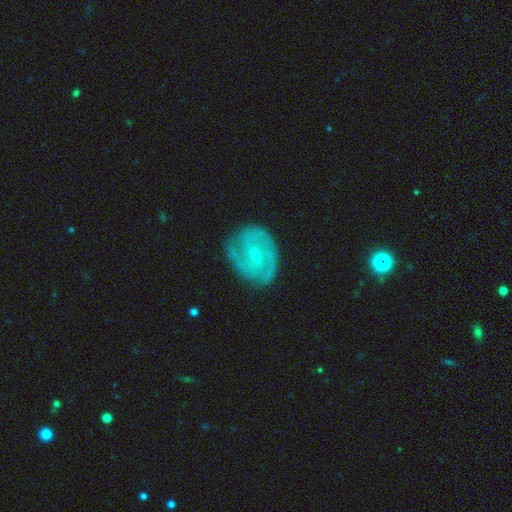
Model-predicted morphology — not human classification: Smooth or featured: featured or disk — 82% (smooth — 12%)
Edge-on disk: no — 97% (yes — 3%)
Bar: weak — 48% (no — 39%)
Spiral arms: yes — 93% (no — 7%)
Spiral winding: tight — 49% (medium — 40%)
Spiral arm count: 2 — 48% (can't tell — 20%)
Bulge size: small — 75% (moderate — 21%)
Merging: none — 76% (minor disturbance — 17%)